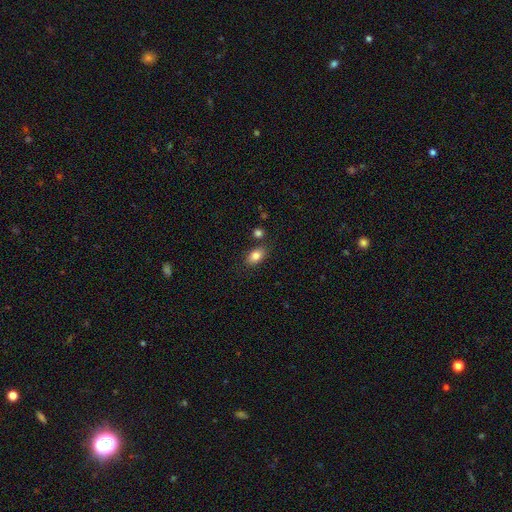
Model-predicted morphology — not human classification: Smooth or featured? Predicted: smooth (p=0.84). How rounded? Predicted: in between (p=0.86). Merging? Predicted: none (p=0.78).